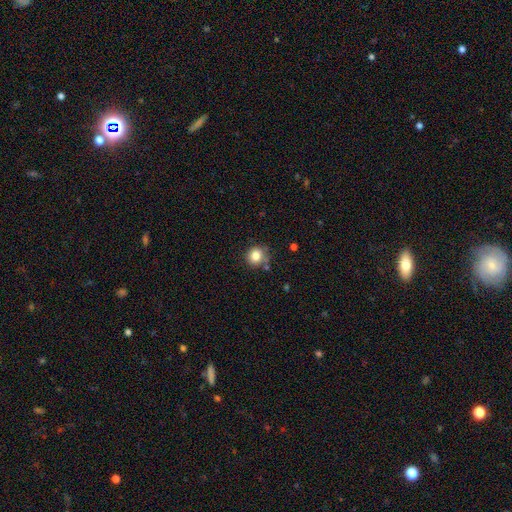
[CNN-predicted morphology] Smooth or featured? smooth (83%)
How rounded? round (87%)
Merging? none (76%)